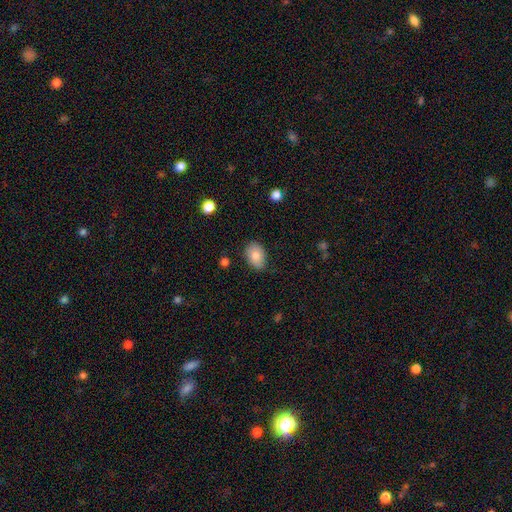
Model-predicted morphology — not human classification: Smooth or featured: smooth — 82% (featured or disk — 10%)
How rounded: in between — 82% (round — 17%)
Merging: none — 70% (minor disturbance — 25%)